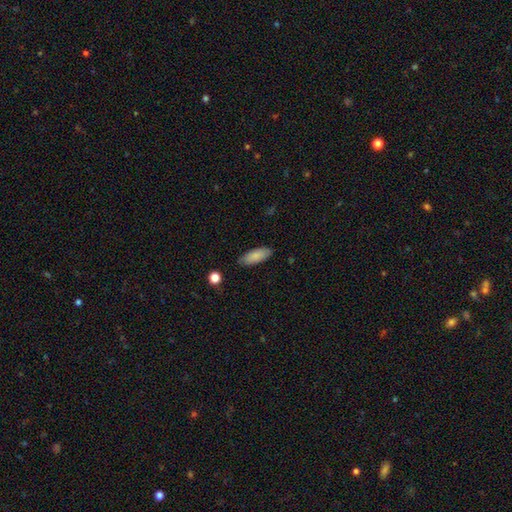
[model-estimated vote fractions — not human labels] A smooth galaxy with no disk features (84%) that is in between round and cigar-shaped (78%).

Vote fractions:
- Smooth or featured? smooth: 84% / featured or disk: 9% / star or artifact: 6%
- How rounded? in between: 78% / cigar-shaped: 20% / round: 2%
- Merging? none: 83% / minor disturbance: 13% / major disturbance: 2% / merger: 1%